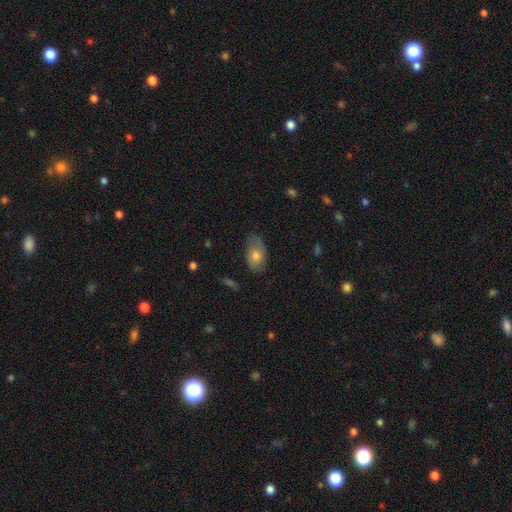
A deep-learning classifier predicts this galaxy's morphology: Q: Smooth or featured?
A: smooth (67%); runner-up: featured or disk (25%)
Q: How rounded?
A: in between (90%); runner-up: round (8%)
Q: Merging?
A: none (62%); runner-up: minor disturbance (29%)